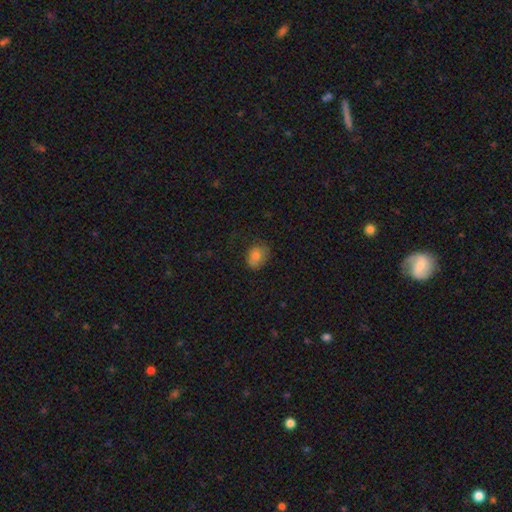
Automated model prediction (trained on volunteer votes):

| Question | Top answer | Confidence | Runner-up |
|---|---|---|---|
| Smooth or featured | smooth | 78% | featured or disk (12%) |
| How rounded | in between | 60% | round (39%) |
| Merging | none | 71% | minor disturbance (22%) |